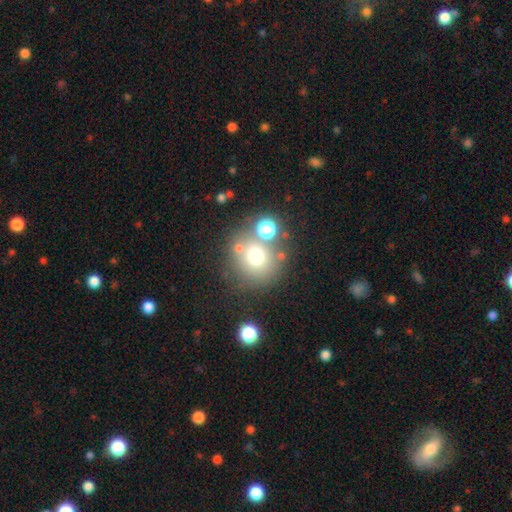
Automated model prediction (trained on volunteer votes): smooth 67%, star or artifact 18%, featured or disk 15%. Down the decision tree: how rounded — round (88%); merging — none (65%).